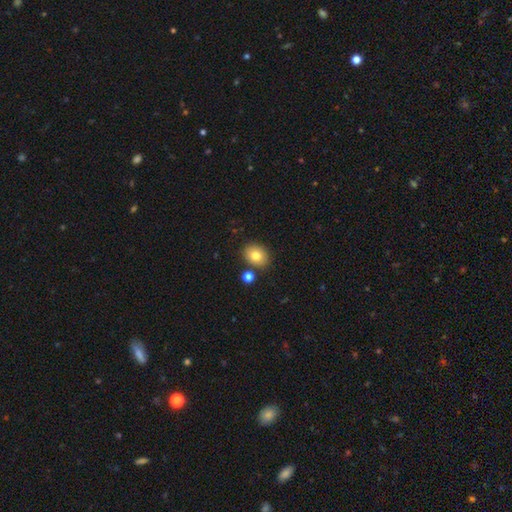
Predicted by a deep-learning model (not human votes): This is likely a smooth galaxy (80%). How rounded: possibly round (50%, tied with in between). Merging: clearly none (82%).